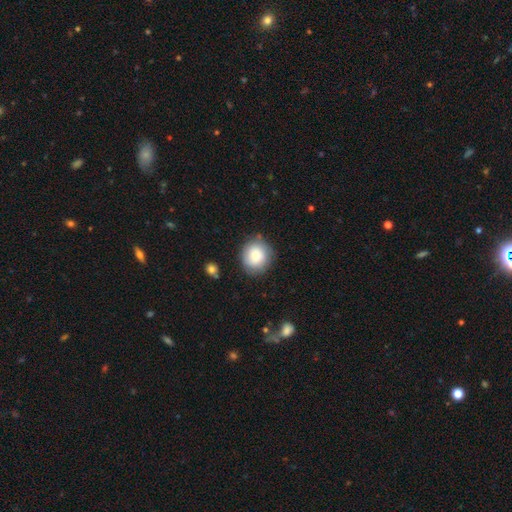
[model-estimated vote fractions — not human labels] A smooth galaxy with no disk features (81%) that is round (81%). Merging: none (78%).